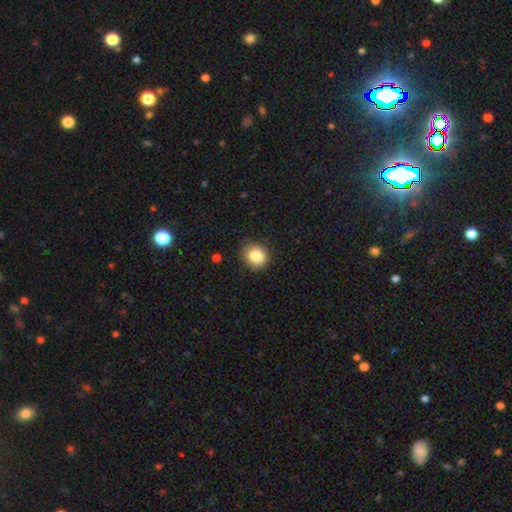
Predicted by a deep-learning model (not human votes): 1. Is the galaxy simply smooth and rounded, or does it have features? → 84% smooth, 9% star or artifact, 7% featured or disk.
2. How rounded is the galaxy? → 71% round, 28% in between, 1% cigar-shaped.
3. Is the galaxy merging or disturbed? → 77% none, 17% minor disturbance, 4% major disturbance, 2% merger.